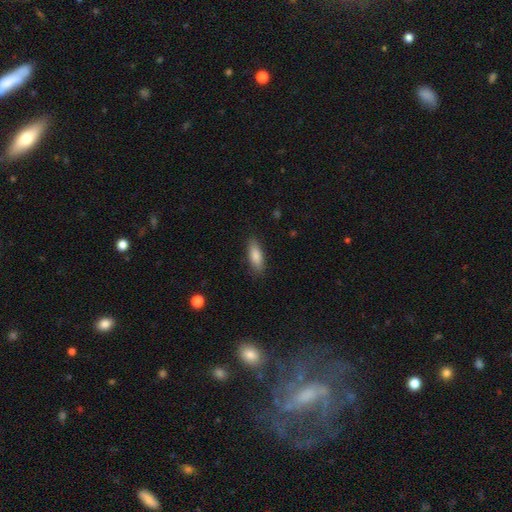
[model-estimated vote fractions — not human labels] A smooth galaxy with no disk features (84%) that is in between round and cigar-shaped (65%). Merging: none (85%).